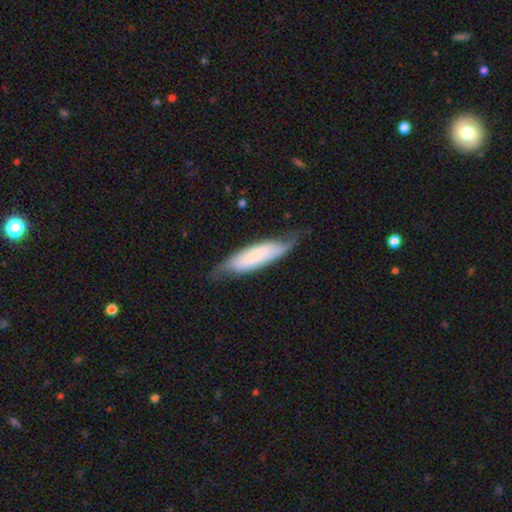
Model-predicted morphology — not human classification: This is possibly a smooth galaxy (51%). How rounded: possibly cigar-shaped (56%). Merging: likely none (60%).